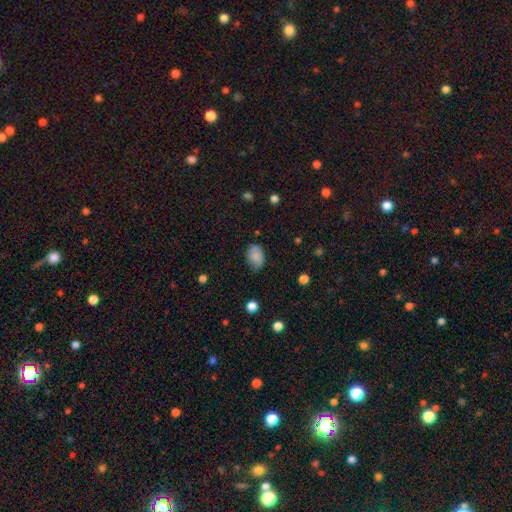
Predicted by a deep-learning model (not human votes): A smooth galaxy with no disk features (83%) that is in between round and cigar-shaped (85%).

Vote fractions:
- Smooth or featured? smooth: 83% / featured or disk: 9% / star or artifact: 8%
- How rounded? in between: 85% / round: 14% / cigar-shaped: 1%
- Merging? none: 70% / minor disturbance: 24% / major disturbance: 5% / merger: 1%